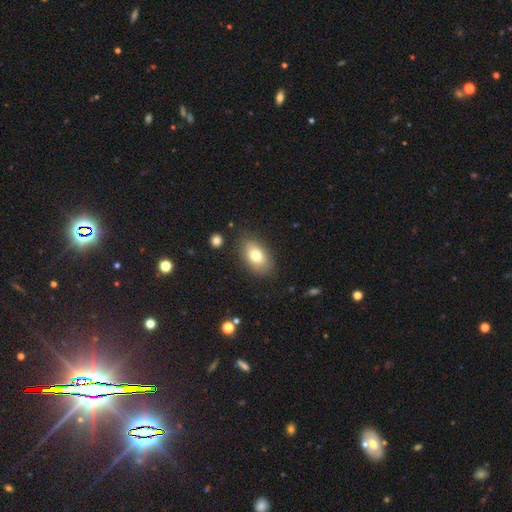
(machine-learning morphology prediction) smooth-or-featured: smooth: 76% | featured or disk: 16% | star or artifact: 8%
  how-rounded: in between: 90% | round: 8% | cigar-shaped: 2%
  merging: none: 84% | minor disturbance: 11% | major disturbance: 3% | merger: 2%